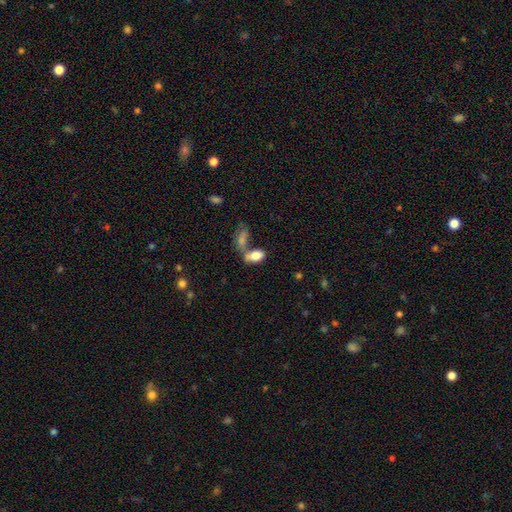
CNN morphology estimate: Smooth or featured? Predicted: smooth (p=0.81). How rounded? Predicted: in between (p=0.91). Merging? Predicted: merger (p=0.46).